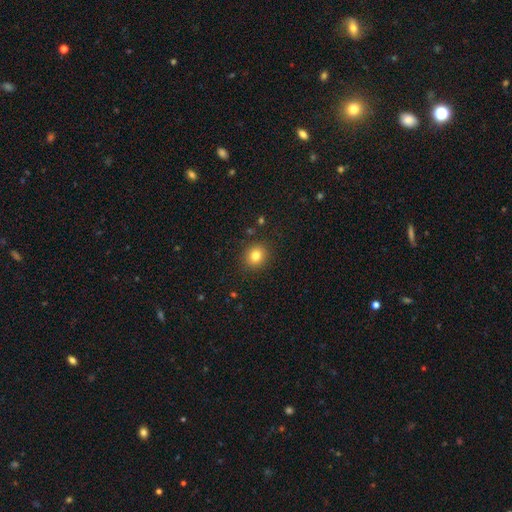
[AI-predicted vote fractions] Q: Smooth or featured?
A: smooth (81%); runner-up: star or artifact (12%)
Q: How rounded?
A: round (76%); runner-up: in between (23%)
Q: Merging?
A: none (88%); runner-up: minor disturbance (8%)